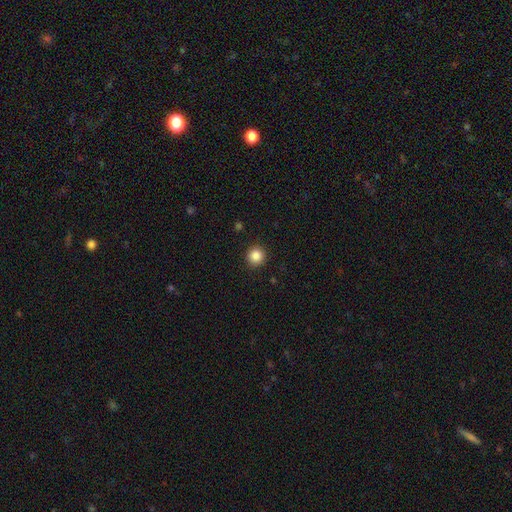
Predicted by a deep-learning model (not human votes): smooth_or_featured: smooth (p=0.87) [alt: star or artifact p=0.10]
how_rounded: round (p=0.94) [alt: in between p=0.05]
merging: none (p=0.92) [alt: minor disturbance p=0.05]